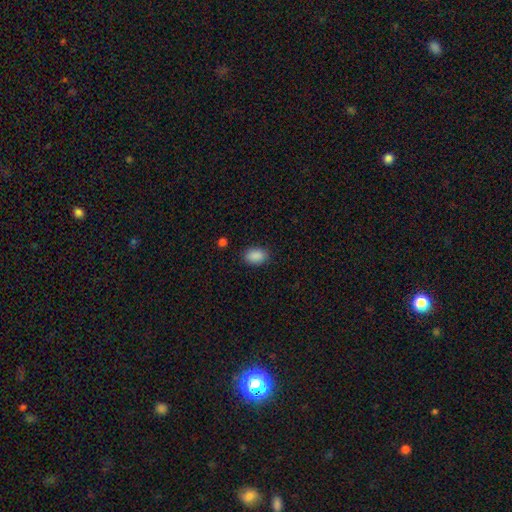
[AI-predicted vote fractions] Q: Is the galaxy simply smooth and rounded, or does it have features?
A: smooth — 89%.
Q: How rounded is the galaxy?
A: in between — 83%.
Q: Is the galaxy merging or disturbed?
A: none — 85%.